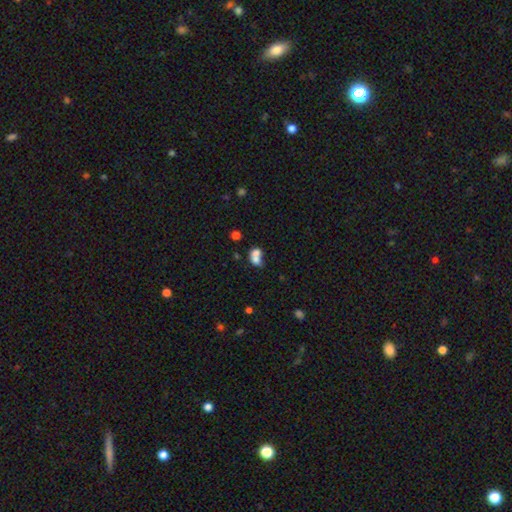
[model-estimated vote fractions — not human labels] Smooth or featured? Predicted: smooth (p=0.70). How rounded? Predicted: in between (p=0.52). Merging? Predicted: merger (p=0.71).